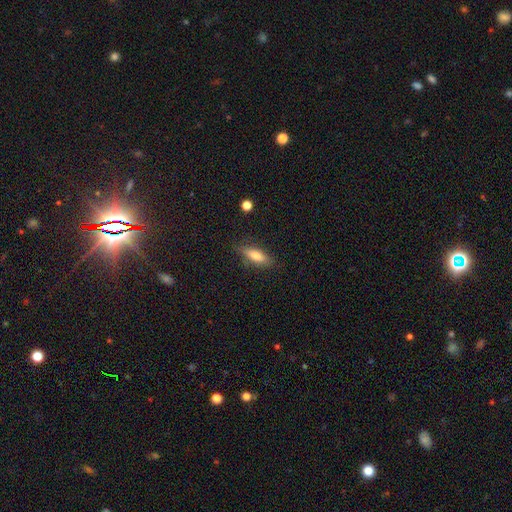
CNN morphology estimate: Overall: smooth (74%). How rounded: in between (57%; cigar-shaped 40%). Merging: none (79%).